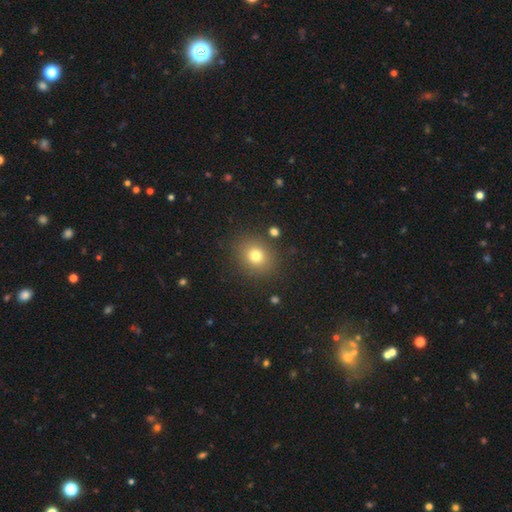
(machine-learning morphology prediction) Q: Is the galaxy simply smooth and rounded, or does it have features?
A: smooth — 76%.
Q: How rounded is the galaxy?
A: round — 71%.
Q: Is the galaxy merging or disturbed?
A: none — 86%.